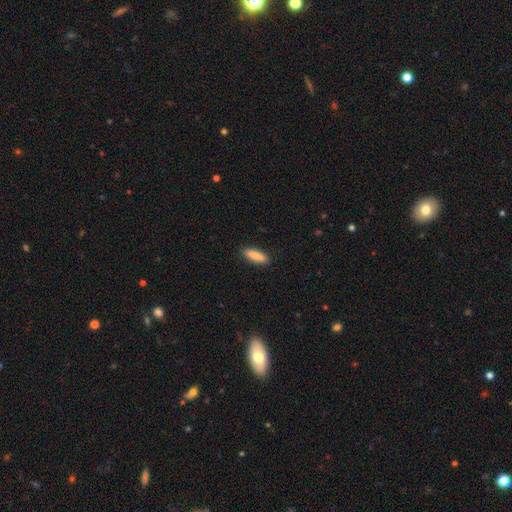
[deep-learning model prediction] Overall: smooth (87%). How rounded: cigar-shaped (57%; in between 41%). Merging: none (90%).